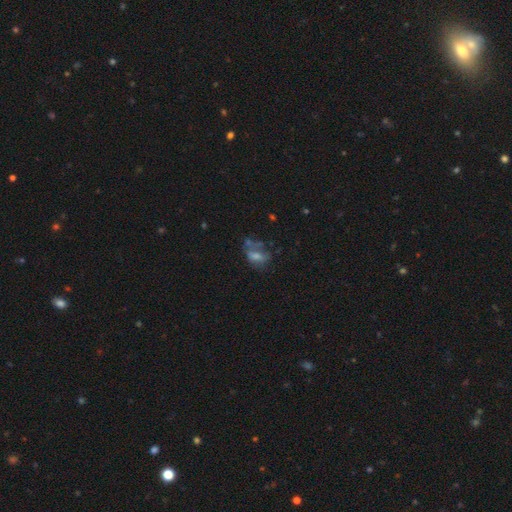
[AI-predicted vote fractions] A featured or disk galaxy (41%). Merging: none (38%).